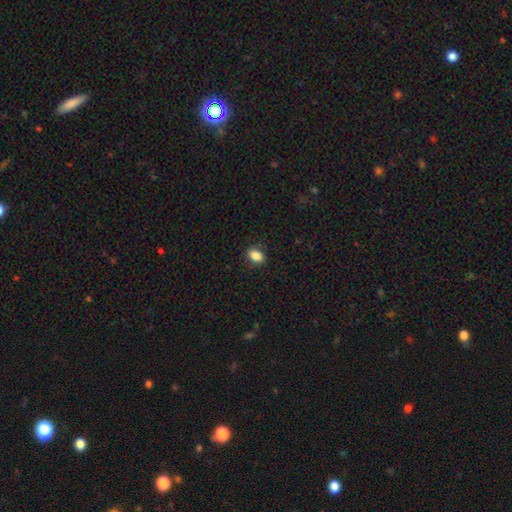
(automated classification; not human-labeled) smooth 86%, star or artifact 9%, featured or disk 5%. Down the decision tree: how rounded — in between (77%); merging — none (87%).